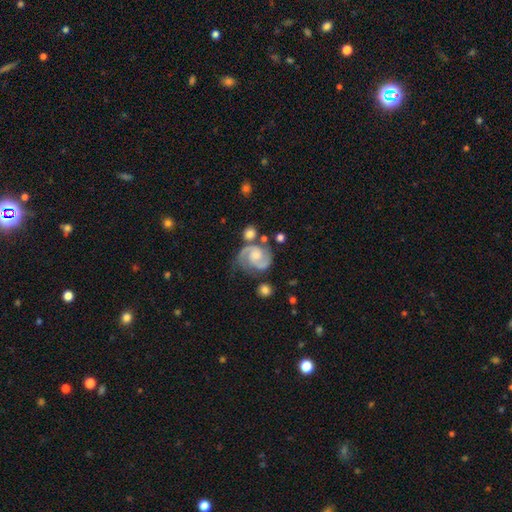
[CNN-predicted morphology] Smooth or featured?
  - featured or disk: 88% *
  - smooth: 7%
  - star or artifact: 5%
Edge-on disk?
  - no: 98% *
  - yes: 2%
Bar?
  - no: 60% *
  - weak: 33%
  - strong: 7%
Spiral arms?
  - yes: 98% *
  - no: 2%
Spiral winding?
  - medium: 54% *
  - tight: 32%
  - loose: 14%
Spiral arm count?
  - 2: 92% *
  - can't tell: 3%
  - 1: 2%
  - 3: 1%
  - 4: 1%
  - more than 4: 1%
Bulge size?
  - moderate: 44% *
  - small: 34%
  - none: 14%
  - large: 7%
  - dominant: 2%
Merging?
  - none: 60% *
  - minor disturbance: 20%
  - merger: 11%
  - major disturbance: 9%